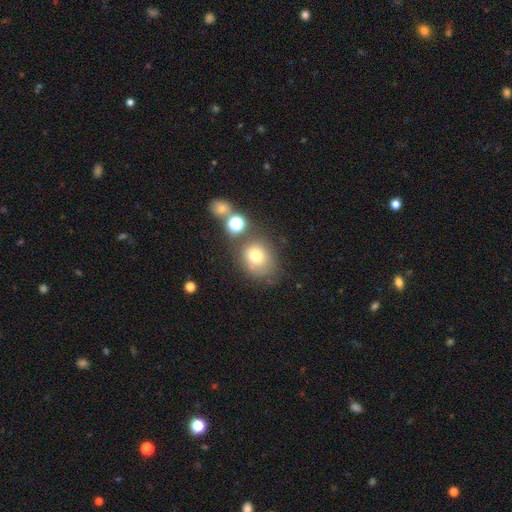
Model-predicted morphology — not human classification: Q: Smooth or featured?
A: smooth (71%); runner-up: star or artifact (15%)
Q: How rounded?
A: round (66%); runner-up: in between (33%)
Q: Merging?
A: none (60%); runner-up: minor disturbance (18%)